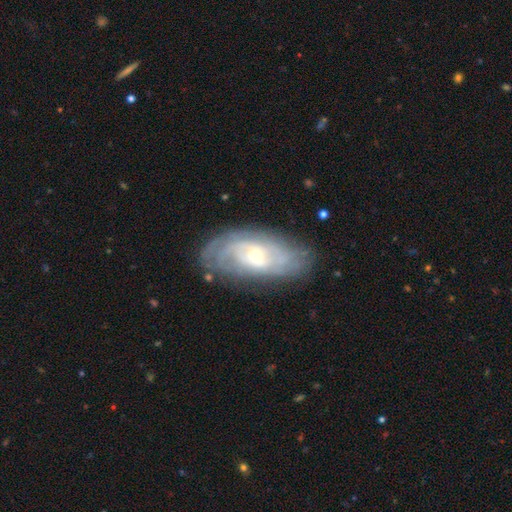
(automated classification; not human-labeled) A featured or disk galaxy (79%) with no bar (62%), tight (67%) spiral arms (91%) and a small central bulge (63%). Merging: none (77%).